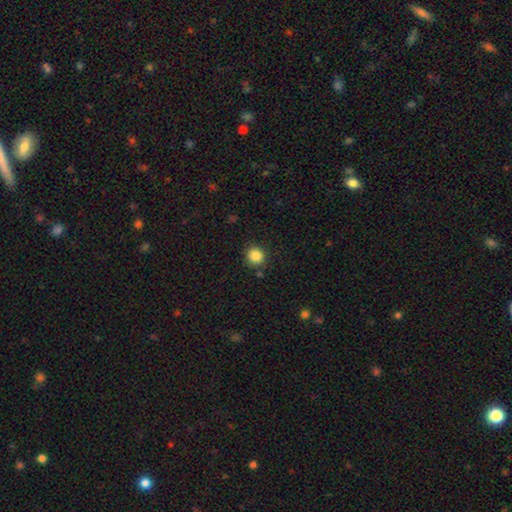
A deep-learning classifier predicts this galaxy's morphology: smooth-or-featured: smooth: 85% | star or artifact: 10% | featured or disk: 4%
  how-rounded: round: 87% | in between: 12% | cigar-shaped: 1%
  merging: none: 85% | minor disturbance: 10% | merger: 3% | major disturbance: 3%